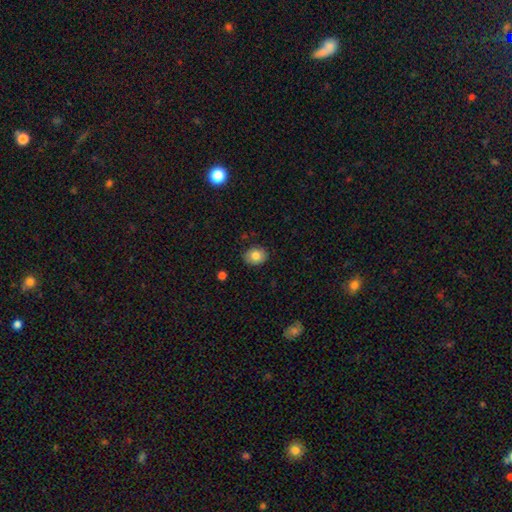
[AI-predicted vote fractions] Smooth or featured? smooth (81%)
How rounded? in between (55%)
Merging? none (87%)